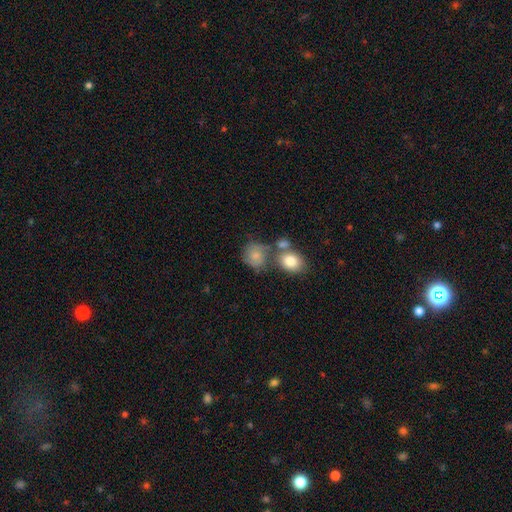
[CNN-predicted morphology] Overall: smooth (58%; featured or disk 33%). How rounded: round (71%). Merging: none (47%; merger 26%).